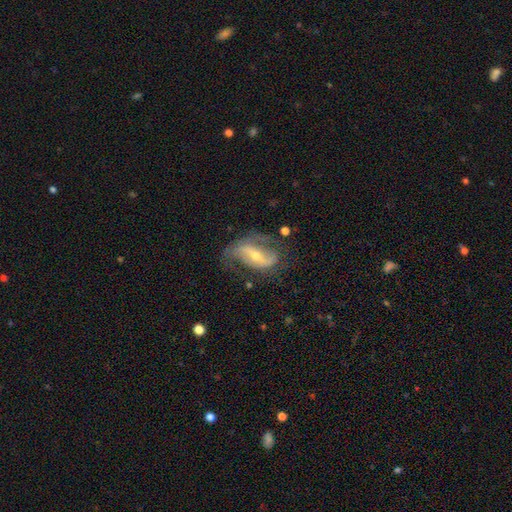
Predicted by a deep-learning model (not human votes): Smooth or featured? Predicted: featured or disk (p=0.82). Edge-on disk? Predicted: no (p=0.94). Bar? Predicted: strong (p=0.51). Spiral arms? Predicted: yes (p=0.90). Spiral winding? Predicted: loose (p=0.45). Spiral arm count? Predicted: 2 (p=0.80). Bulge size? Predicted: small (p=0.56). Merging? Predicted: none (p=0.56).